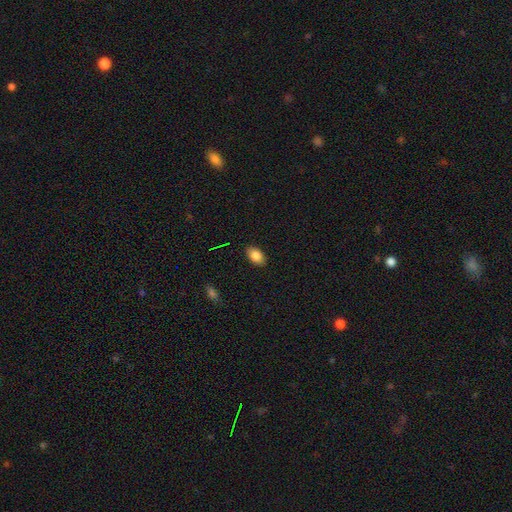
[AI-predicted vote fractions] smooth_or_featured: smooth (p=0.84) [alt: star or artifact p=0.08]
how_rounded: in between (p=0.90) [alt: round p=0.09]
merging: none (p=0.88) [alt: minor disturbance p=0.09]